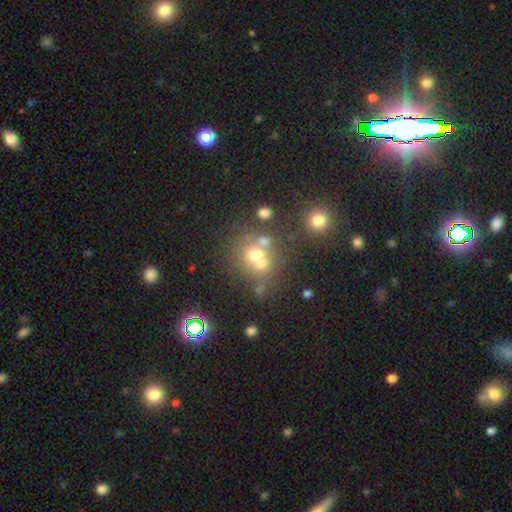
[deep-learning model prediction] This appears to be a smooth galaxy with no disk features (55%) that is round (79%). Merging: none (45%).